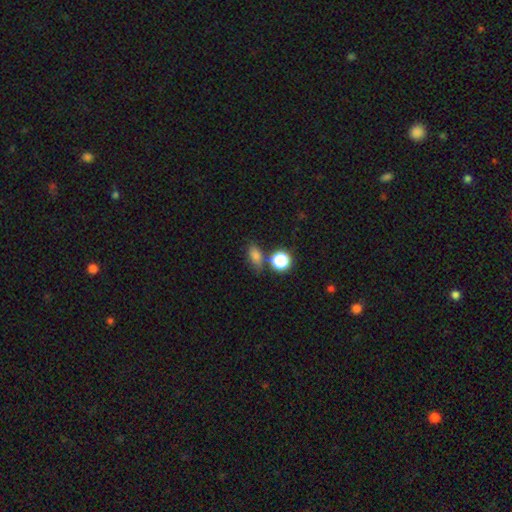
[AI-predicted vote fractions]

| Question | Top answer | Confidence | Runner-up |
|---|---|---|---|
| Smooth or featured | smooth | 78% | star or artifact (13%) |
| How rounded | in between | 70% | round (24%) |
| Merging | none | 64% | minor disturbance (16%) |